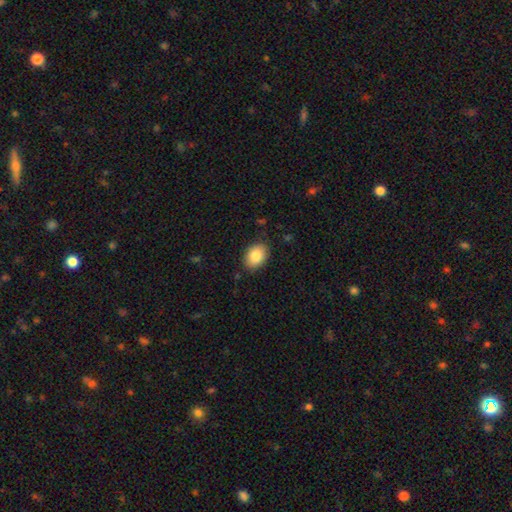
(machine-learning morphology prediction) Smooth or featured? smooth (85%)
How rounded? in between (80%)
Merging? none (85%)